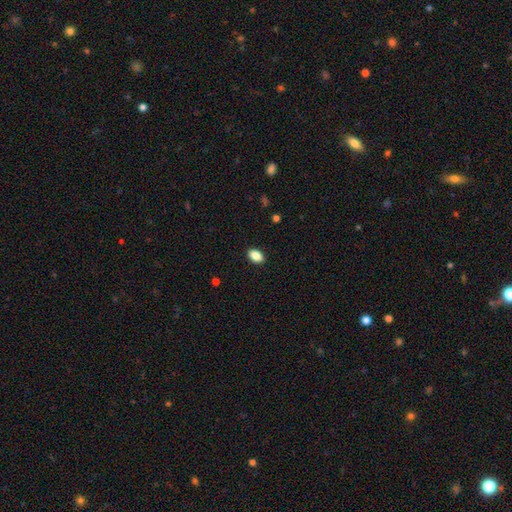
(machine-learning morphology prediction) Smooth or featured? smooth (87%)
How rounded? in between (89%)
Merging? none (90%)